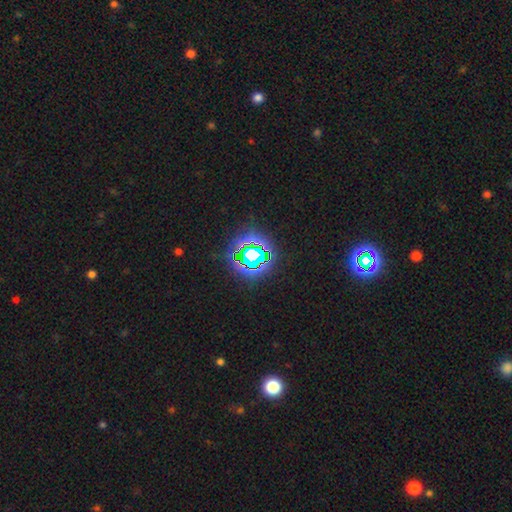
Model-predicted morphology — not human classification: Smooth or featured? star or artifact (72%)